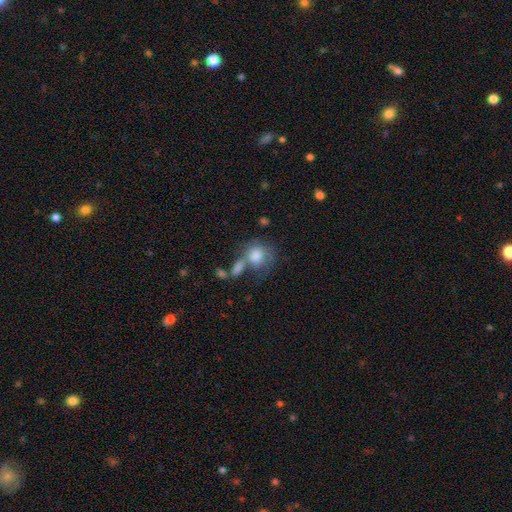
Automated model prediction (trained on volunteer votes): Morphology: type=smooth (72%); roundness=round (67%); merging=none (34%).